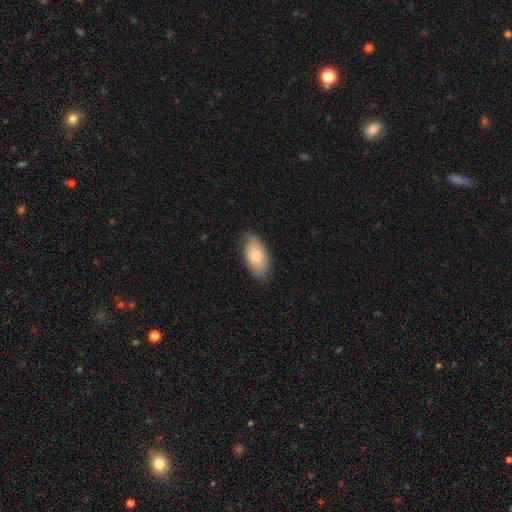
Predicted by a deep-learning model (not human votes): Smooth or featured: smooth — 78% (featured or disk — 16%)
How rounded: in between — 93% (cigar-shaped — 3%)
Merging: none — 79% (minor disturbance — 17%)